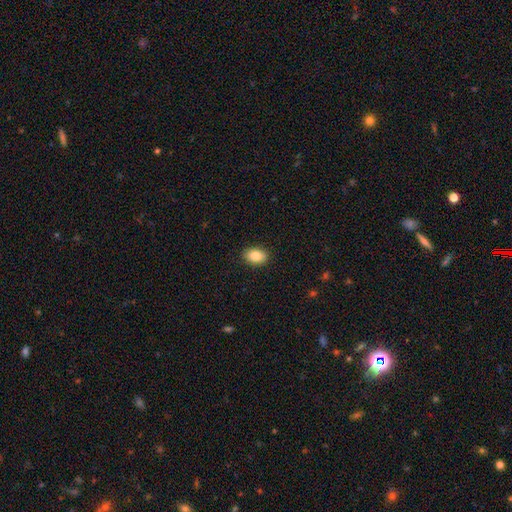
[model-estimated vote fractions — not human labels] smooth_or_featured: smooth (p=0.86) [alt: star or artifact p=0.08]
how_rounded: in between (p=0.82) [alt: round p=0.17]
merging: none (p=0.89) [alt: minor disturbance p=0.08]